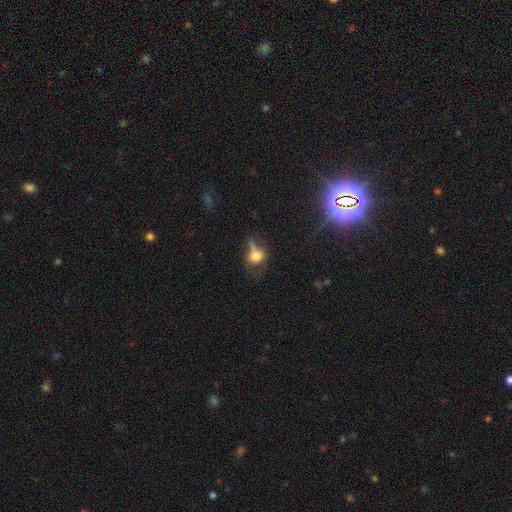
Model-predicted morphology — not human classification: Smooth or featured: smooth — 66% (featured or disk — 21%)
How rounded: in between — 52% (round — 45%)
Merging: major disturbance — 30% (tied with none — 30%)